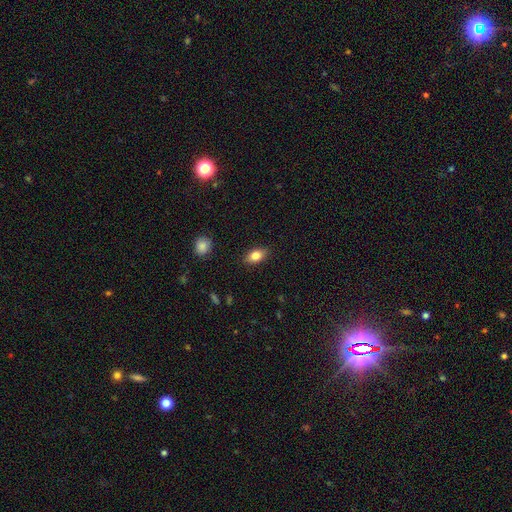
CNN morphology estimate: smooth-or-featured: smooth: 81% | featured or disk: 10% | star or artifact: 8%
  how-rounded: in between: 88% | round: 8% | cigar-shaped: 4%
  merging: none: 87% | minor disturbance: 10% | major disturbance: 2% | merger: 1%